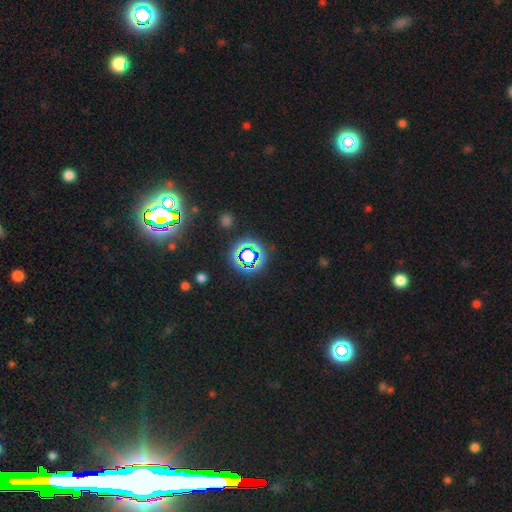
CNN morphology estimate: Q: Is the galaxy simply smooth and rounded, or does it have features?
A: star or artifact — 77%.